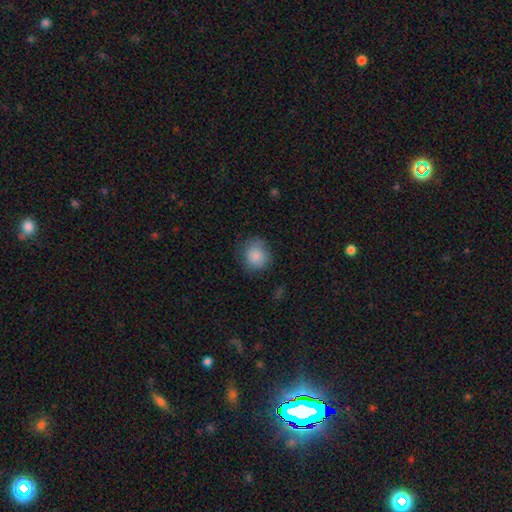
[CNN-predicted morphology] type=smooth (85%); roundness=round (83%); merging=none (73%).